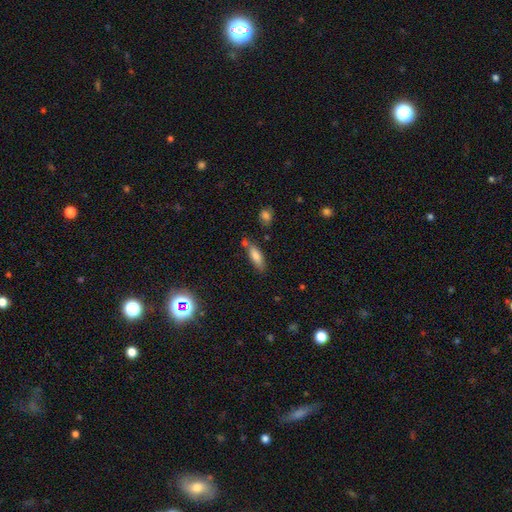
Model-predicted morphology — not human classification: Smooth or featured? Predicted: smooth (p=0.79). How rounded? Predicted: in between (p=0.56). Merging? Predicted: none (p=0.63).